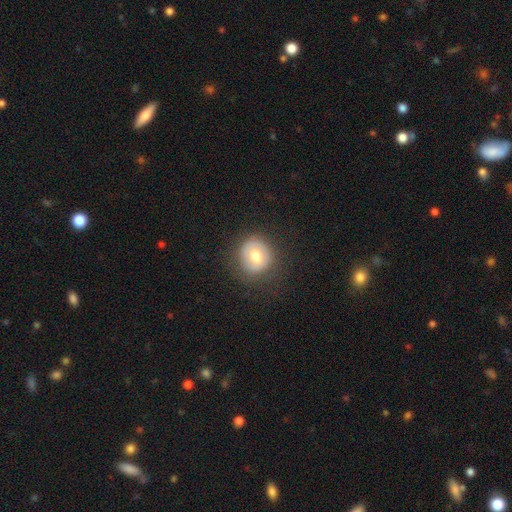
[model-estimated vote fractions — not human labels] Smooth or featured?
  - smooth: 62% *
  - featured or disk: 30%
  - star or artifact: 8%
How rounded?
  - round: 87% *
  - in between: 12%
  - cigar-shaped: 1%
Merging?
  - none: 79% *
  - minor disturbance: 14%
  - major disturbance: 6%
  - merger: 1%